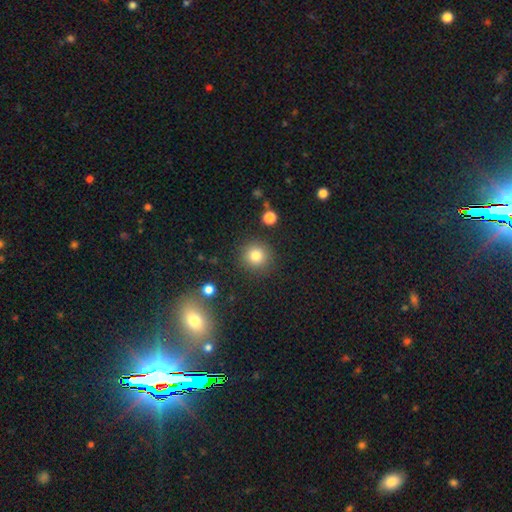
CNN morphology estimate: This appears to be a smooth galaxy with no disk features (81%) that is round (93%). Merging: none (88%).